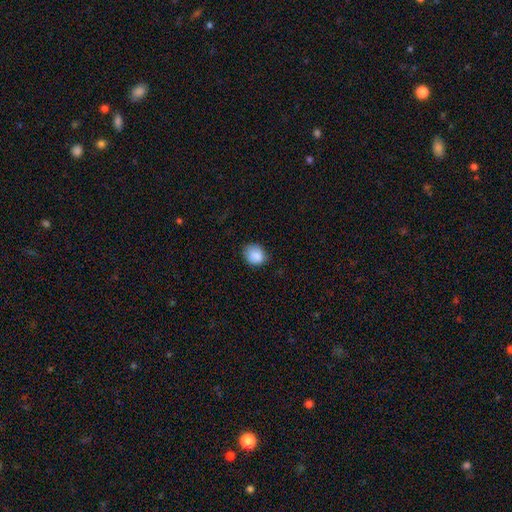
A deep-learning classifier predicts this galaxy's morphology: smooth 87%, star or artifact 8%, featured or disk 5%. Down the decision tree: how rounded — round (68%); merging — none (70%).